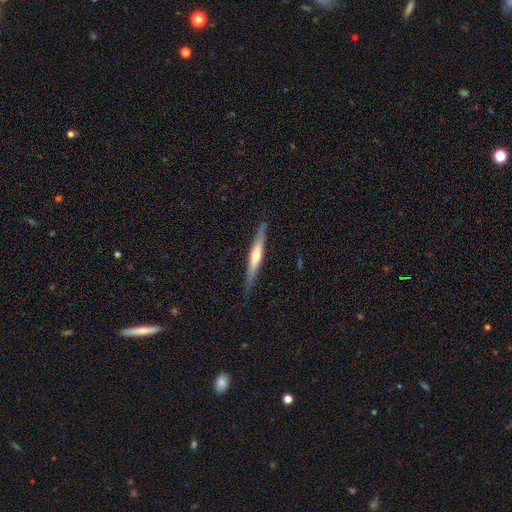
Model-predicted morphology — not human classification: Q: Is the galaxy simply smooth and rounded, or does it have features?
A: featured or disk — 59%.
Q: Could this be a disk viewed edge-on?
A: yes — 95%.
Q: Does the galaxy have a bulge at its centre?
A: rounded — 78%.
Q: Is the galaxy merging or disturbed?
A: none — 84%.